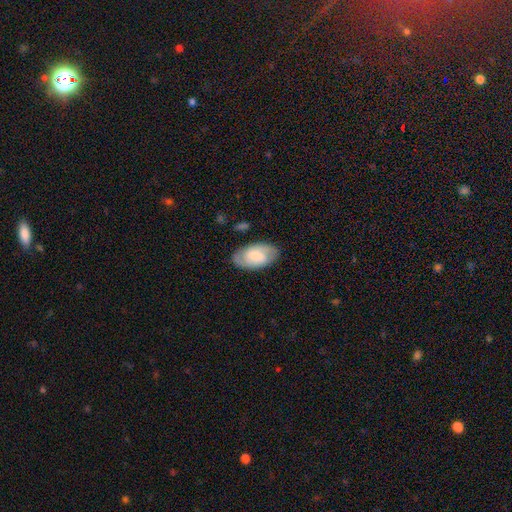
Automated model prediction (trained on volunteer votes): Smooth or featured? Predicted: featured or disk (p=0.47). Merging? Predicted: none (p=0.81).